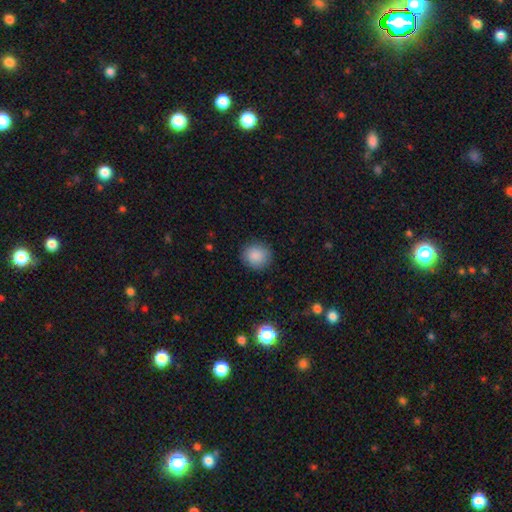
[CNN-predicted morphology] This is clearly a smooth galaxy (88%). How rounded: clearly round (88%). Merging: clearly none (88%).